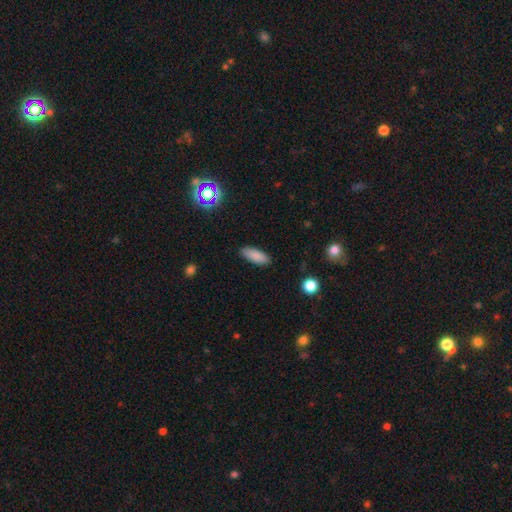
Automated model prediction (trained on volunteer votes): This appears to be a smooth galaxy with no disk features (87%) that is in between round and cigar-shaped (73%). Merging: none (88%).